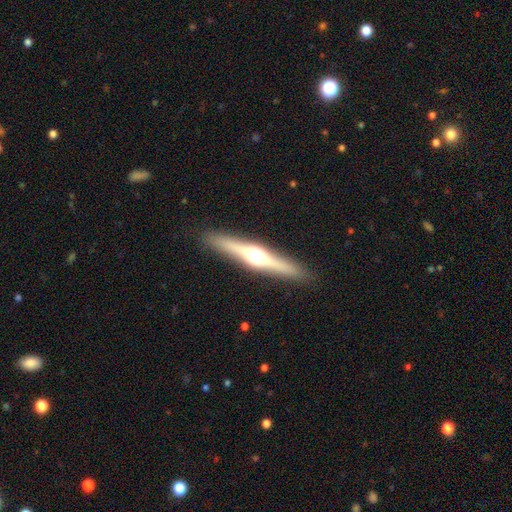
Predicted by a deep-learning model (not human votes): smooth_or_featured: featured or disk (p=0.68) [alt: smooth p=0.26]
disk_edge_on: yes (p=0.96) [alt: no p=0.04]
edge_on_bulge: rounded (p=0.94) [alt: boxy p=0.03]
merging: none (p=0.91) [alt: minor disturbance p=0.07]